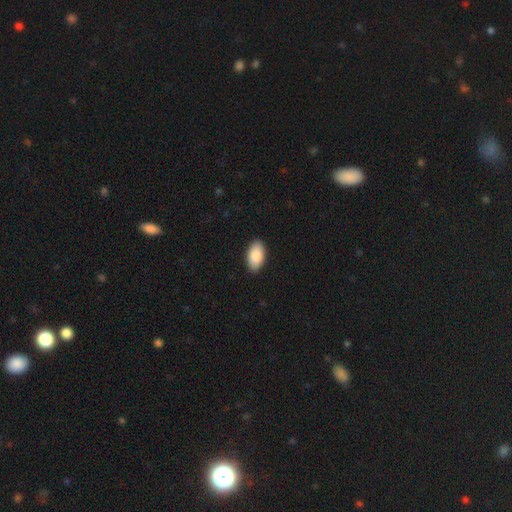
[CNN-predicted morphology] Smooth or featured?
  - smooth: 89% *
  - star or artifact: 6%
  - featured or disk: 5%
How rounded?
  - in between: 95% *
  - round: 3%
  - cigar-shaped: 2%
Merging?
  - none: 89% *
  - minor disturbance: 9%
  - major disturbance: 2%
  - merger: 1%